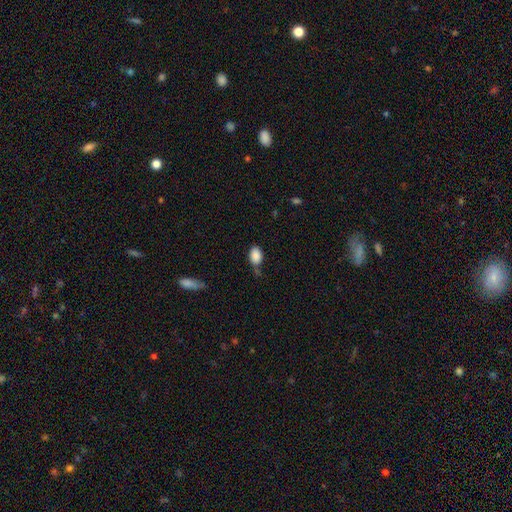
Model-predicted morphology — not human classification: Smooth or featured?
  - smooth: 88% *
  - star or artifact: 8%
  - featured or disk: 4%
How rounded?
  - in between: 86% *
  - round: 13%
  - cigar-shaped: 1%
Merging?
  - none: 62% *
  - minor disturbance: 24%
  - merger: 8%
  - major disturbance: 6%